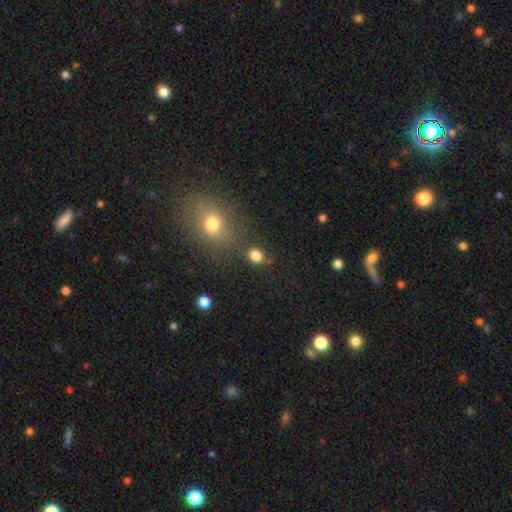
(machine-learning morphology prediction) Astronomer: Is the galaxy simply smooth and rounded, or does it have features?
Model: smooth — 82%.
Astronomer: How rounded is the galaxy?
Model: round — 68%.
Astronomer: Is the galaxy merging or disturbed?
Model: none — 77%.